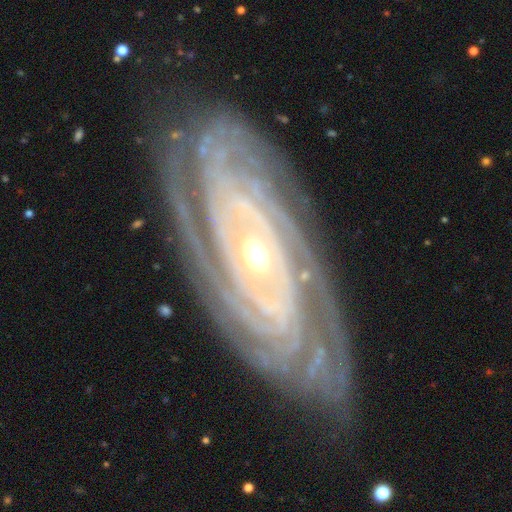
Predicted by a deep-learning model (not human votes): Smooth or featured? Predicted: featured or disk (p=0.89). Edge-on disk? Predicted: no (p=0.91). Bar? Predicted: no (p=0.64). Spiral arms? Predicted: yes (p=0.98). Spiral winding? Predicted: tight (p=0.83). Spiral arm count? Predicted: can't tell (p=0.28). Bulge size? Predicted: small (p=0.60). Merging? Predicted: none (p=0.82).